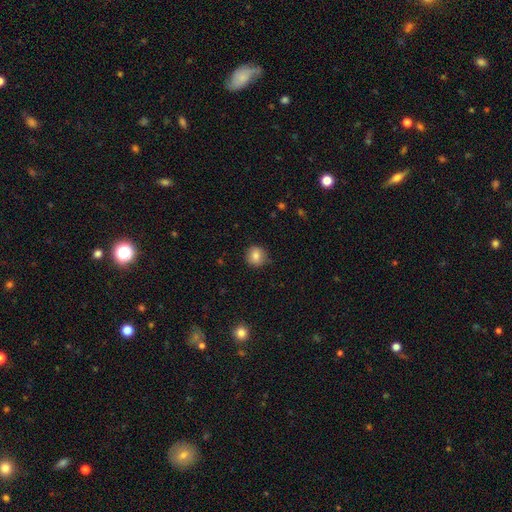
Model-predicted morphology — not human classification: smooth 83%, star or artifact 9%, featured or disk 8%. Down the decision tree: how rounded — round (89%); merging — none (81%).